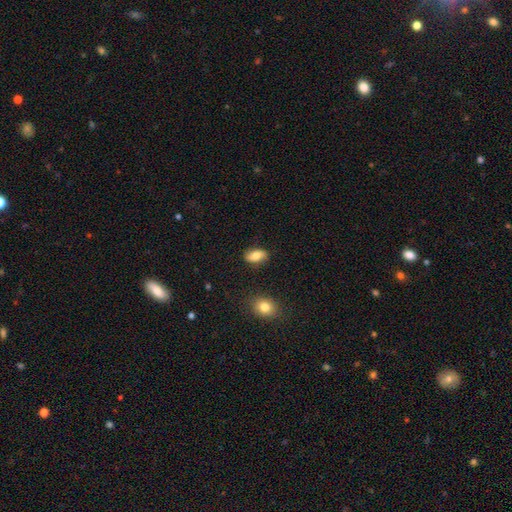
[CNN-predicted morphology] smooth 72%, featured or disk 20%, star or artifact 8%. Down the decision tree: how rounded — in between (89%); merging — none (83%).